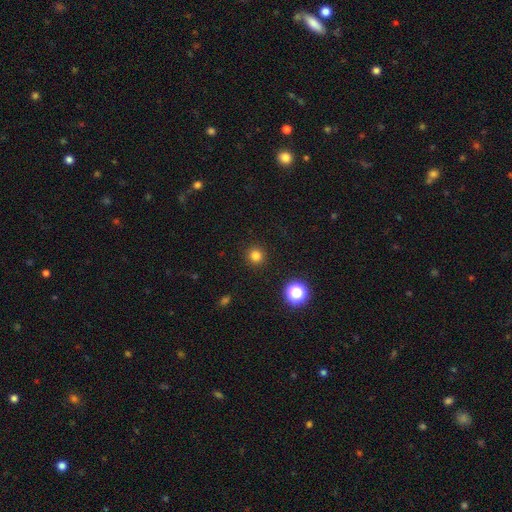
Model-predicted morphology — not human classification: type=smooth (81%); roundness=round (94%); merging=none (92%).